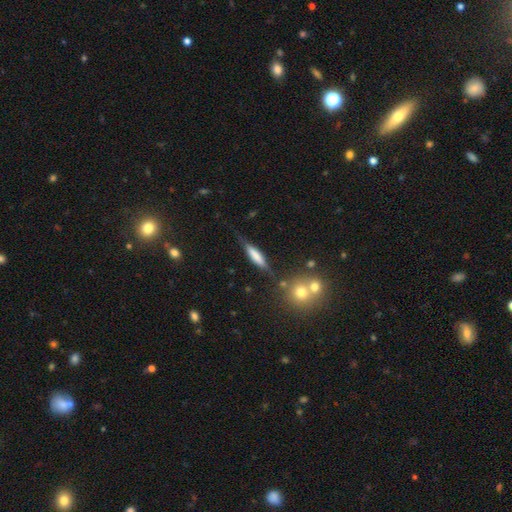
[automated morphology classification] A smooth galaxy with no disk features (54%) that is cigar-shaped (78%). Merging: none (69%).